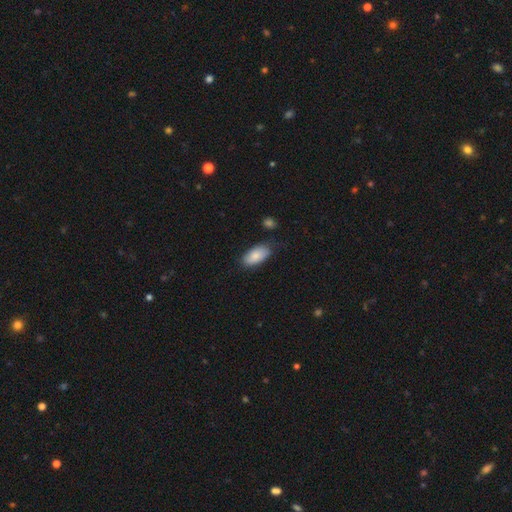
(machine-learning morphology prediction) This is clearly a smooth galaxy (84%). How rounded: clearly in between (93%). Merging: likely none (73%).